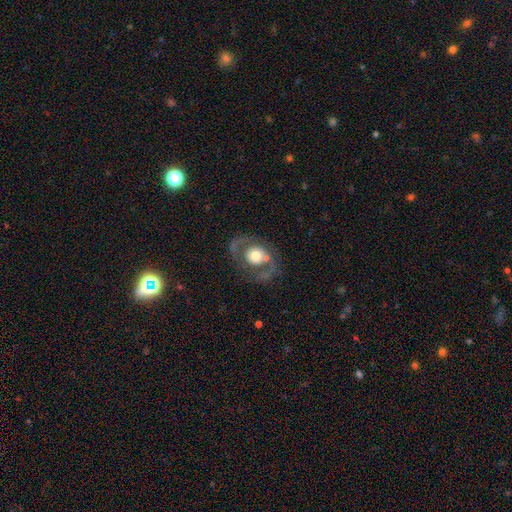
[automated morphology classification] Smooth or featured: featured or disk — 69% (smooth — 25%)
Edge-on disk: no — 96% (yes — 4%)
Bar: no — 77% (weak — 17%)
Spiral arms: yes — 67% (no — 33%)
Bulge size: moderate — 49% (large — 36%)
Merging: none — 69% (minor disturbance — 14%)